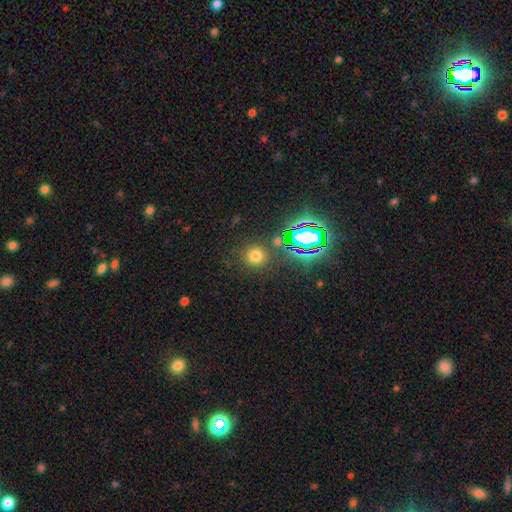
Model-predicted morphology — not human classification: Q: Smooth or featured?
A: smooth (66%); runner-up: star or artifact (26%)
Q: How rounded?
A: round (90%); runner-up: in between (9%)
Q: Merging?
A: none (84%); runner-up: minor disturbance (8%)